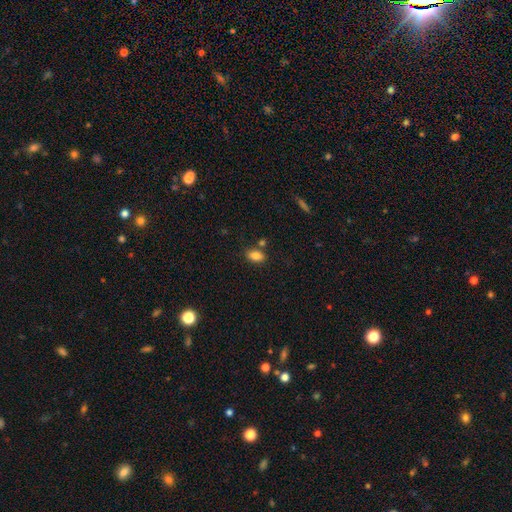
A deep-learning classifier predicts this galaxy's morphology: Overall: smooth (85%). How rounded: in between (88%). Merging: none (74%).